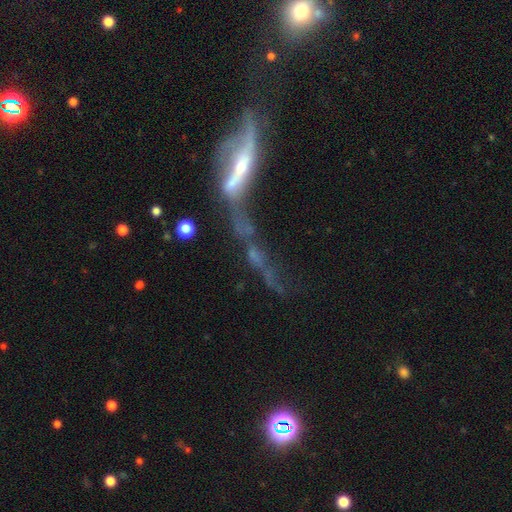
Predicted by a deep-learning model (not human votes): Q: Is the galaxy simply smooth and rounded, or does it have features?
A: featured or disk — 63%.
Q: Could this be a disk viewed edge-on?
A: no — 54%.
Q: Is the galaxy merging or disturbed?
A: merger — 46%.